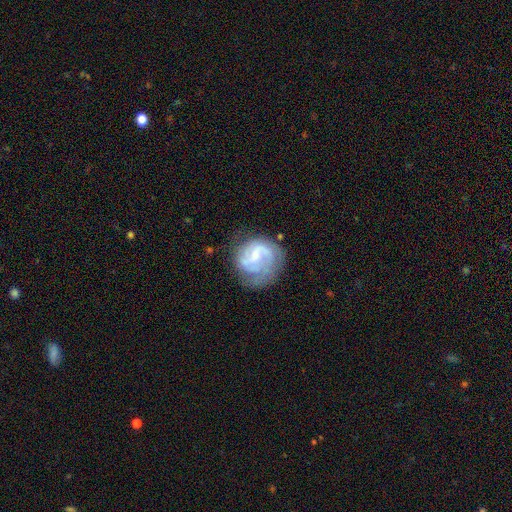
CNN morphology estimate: A featured or disk galaxy (75%) with a weak bar (54%), 2 (53%) medium (44%) spiral arms (88%) and a small central bulge (63%). Merging: none (57%).